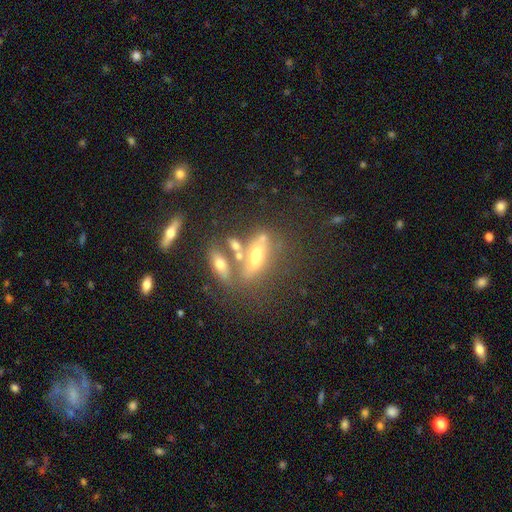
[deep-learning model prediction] Smooth or featured: smooth — 46% (featured or disk — 41%)
Merging: none — 43% (merger — 34%)